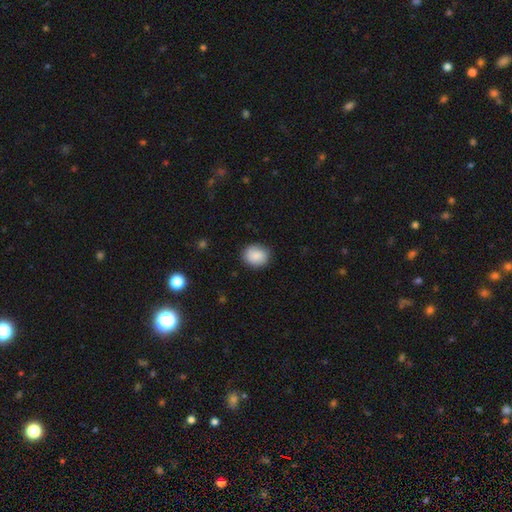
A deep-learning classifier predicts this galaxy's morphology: This is clearly a smooth galaxy (87%). How rounded: likely round (65%). Merging: clearly none (85%).